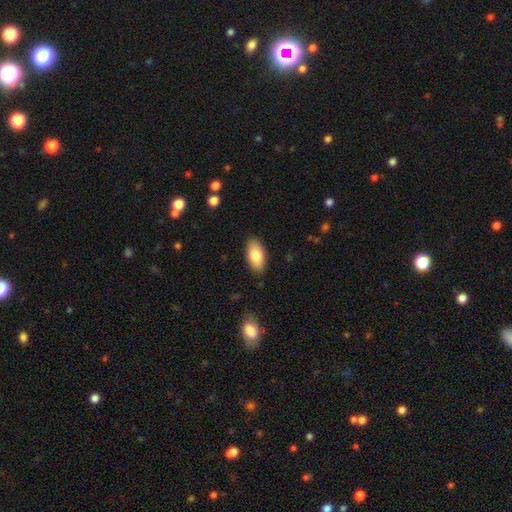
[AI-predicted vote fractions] The model was most divided on "smooth or featured": smooth: 82%, featured or disk: 11%, star or artifact: 7%. More confident: how rounded — in between (93%); merging — none (86%).